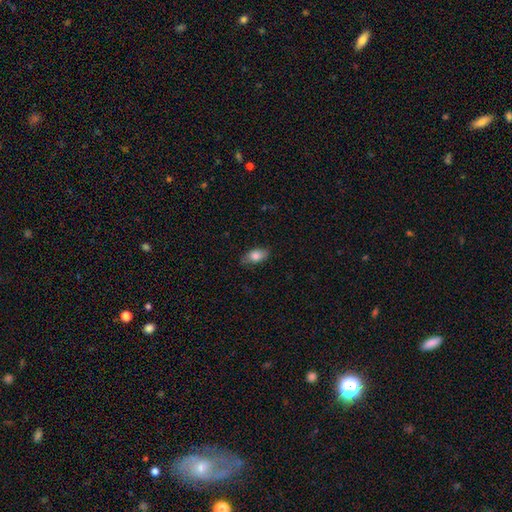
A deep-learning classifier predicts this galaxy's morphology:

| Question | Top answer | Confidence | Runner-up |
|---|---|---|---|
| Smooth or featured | smooth | 79% | featured or disk (14%) |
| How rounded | in between | 88% | round (6%) |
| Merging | none | 77% | minor disturbance (18%) |